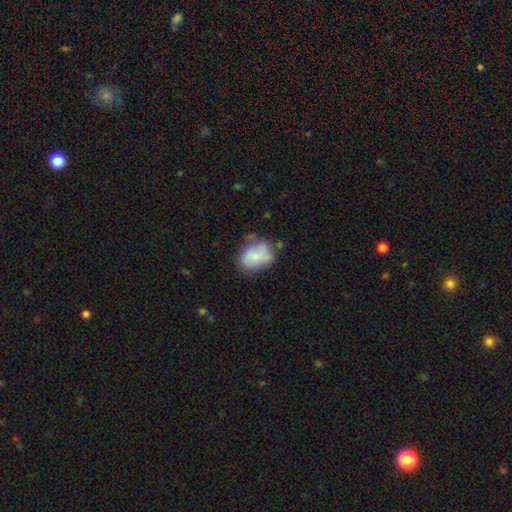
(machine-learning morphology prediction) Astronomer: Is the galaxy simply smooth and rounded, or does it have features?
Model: smooth — 71%.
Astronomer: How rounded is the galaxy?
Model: in between — 72%.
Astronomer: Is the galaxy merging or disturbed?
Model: none — 51% (runner-up: minor disturbance, 30%).